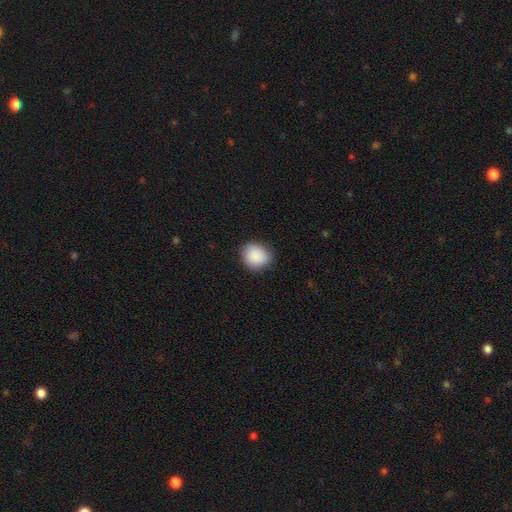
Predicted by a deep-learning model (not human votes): smooth-or-featured: smooth: 90% | star or artifact: 7% | featured or disk: 4%
  how-rounded: round: 75% | in between: 24% | cigar-shaped: 1%
  merging: none: 84% | minor disturbance: 12% | major disturbance: 3% | merger: 1%